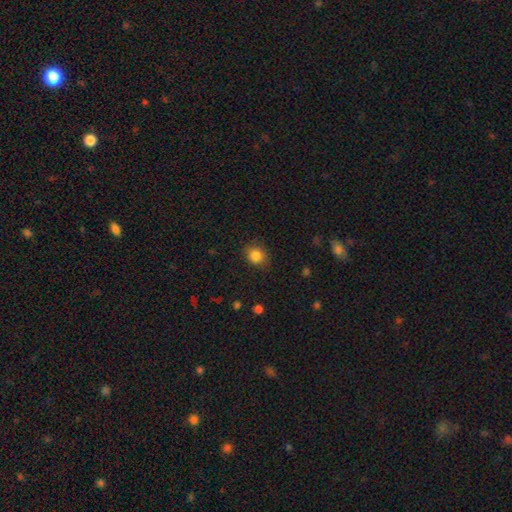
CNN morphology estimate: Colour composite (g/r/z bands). It shows a smooth galaxy with no disk features (85%) that is round (73%). Merging: none (84%).